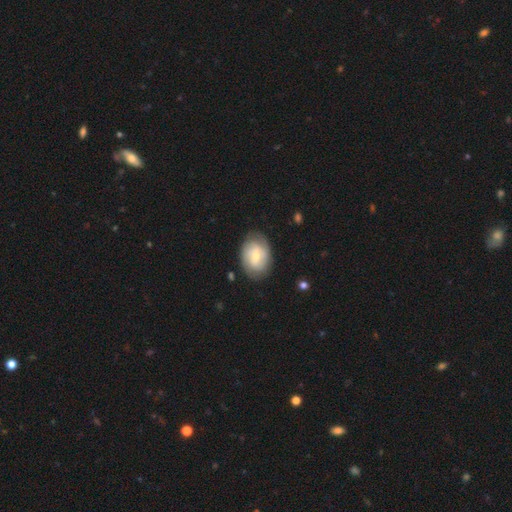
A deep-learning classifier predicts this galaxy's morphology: Overall: featured or disk (56%; smooth 38%). Edge-on disk: no (96%). Bar: weak (50%; no 39%). Spiral arms: yes (80%). Bulge size: small (51%; moderate 43%). Merging: none (77%).